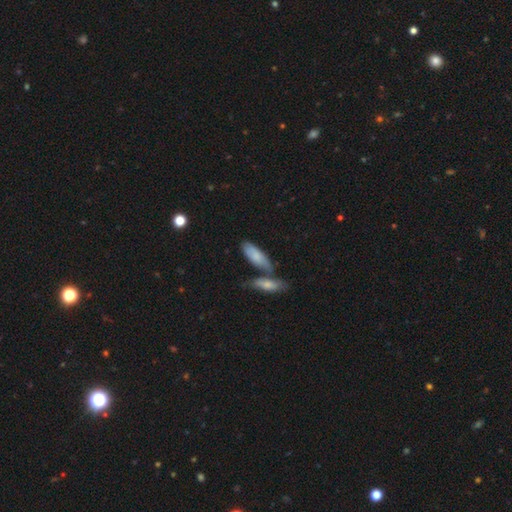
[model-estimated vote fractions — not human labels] smooth 76%, featured or disk 18%, star or artifact 6%. Down the decision tree: how rounded — in between (69%); merging — none (44%).